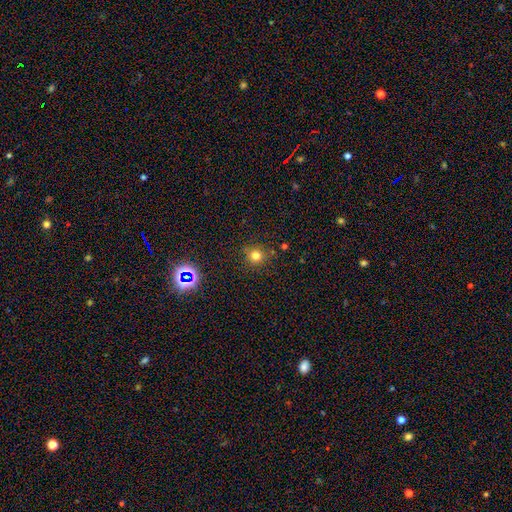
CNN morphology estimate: The model was most divided on "smooth or featured": smooth: 75%, star or artifact: 19%, featured or disk: 6%. More confident: how rounded — round (92%); merging — none (83%).